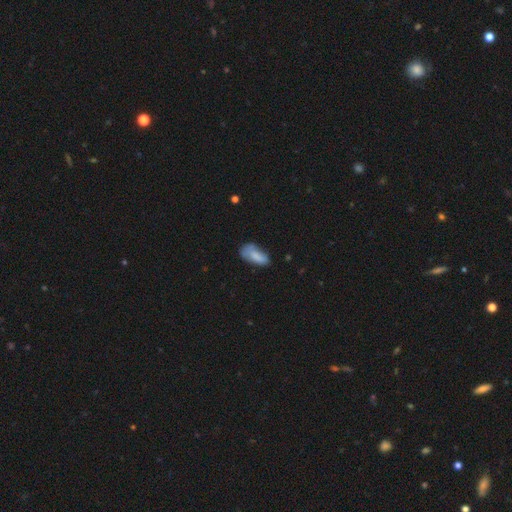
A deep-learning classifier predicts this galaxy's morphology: This appears to be a smooth galaxy with no disk features (76%) that is in between round and cigar-shaped (87%). Merging: none (44%).